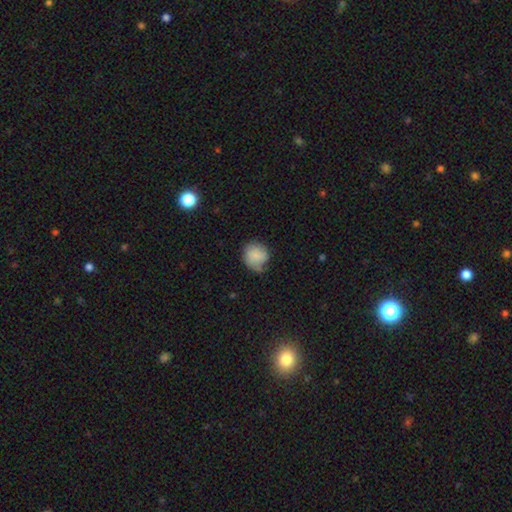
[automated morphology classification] type=smooth (79%); roundness=round (82%); merging=none (59%).